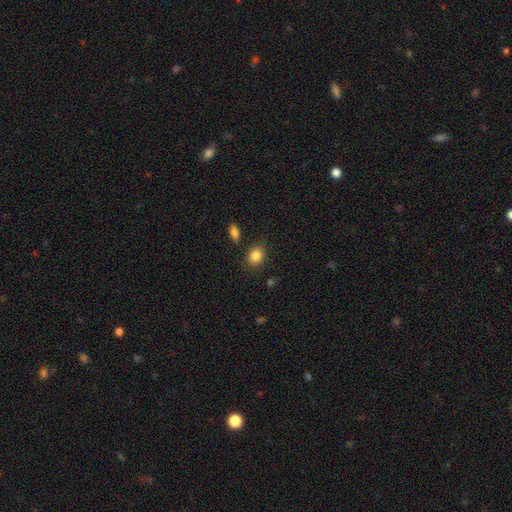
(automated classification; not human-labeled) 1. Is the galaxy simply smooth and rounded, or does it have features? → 85% smooth, 9% star or artifact, 5% featured or disk.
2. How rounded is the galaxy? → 55% round, 43% in between, 1% cigar-shaped.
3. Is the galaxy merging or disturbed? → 82% none, 11% minor disturbance, 4% merger, 3% major disturbance.